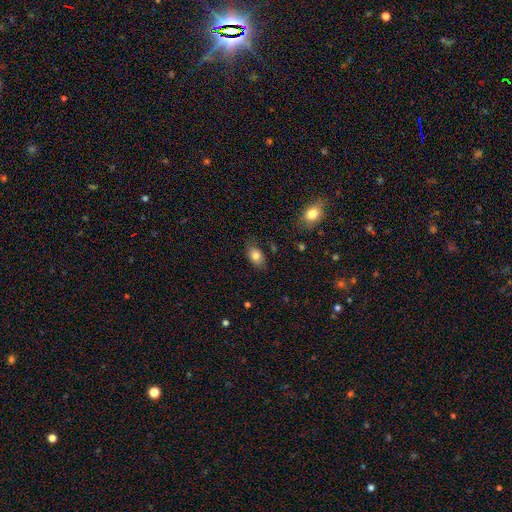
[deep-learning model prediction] This is clearly a smooth galaxy (81%). How rounded: clearly in between (88%). Merging: likely none (79%).